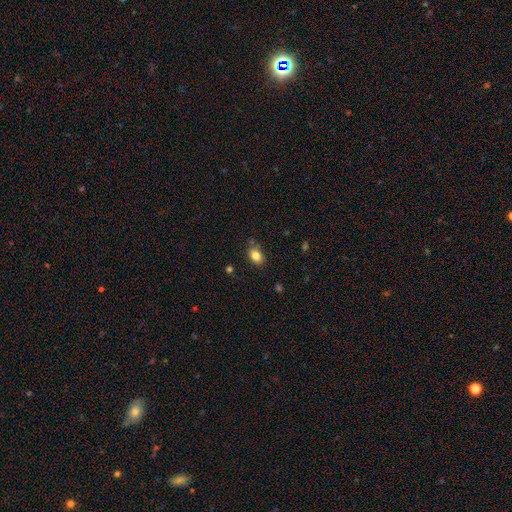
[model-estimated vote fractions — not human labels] A smooth galaxy with no disk features (83%) that is in between round and cigar-shaped (80%).

Vote fractions:
- Smooth or featured? smooth: 83% / star or artifact: 10% / featured or disk: 8%
- How rounded? in between: 80% / round: 18% / cigar-shaped: 1%
- Merging? none: 77% / minor disturbance: 15% / merger: 4% / major disturbance: 3%